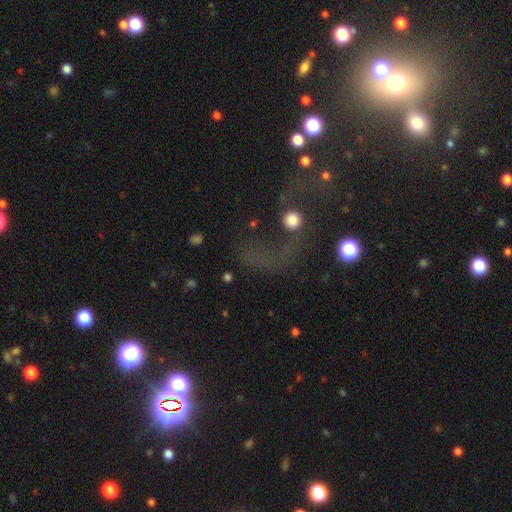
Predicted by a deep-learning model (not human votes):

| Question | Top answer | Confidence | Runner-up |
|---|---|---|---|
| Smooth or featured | star or artifact | 38% | featured or disk (32%) |